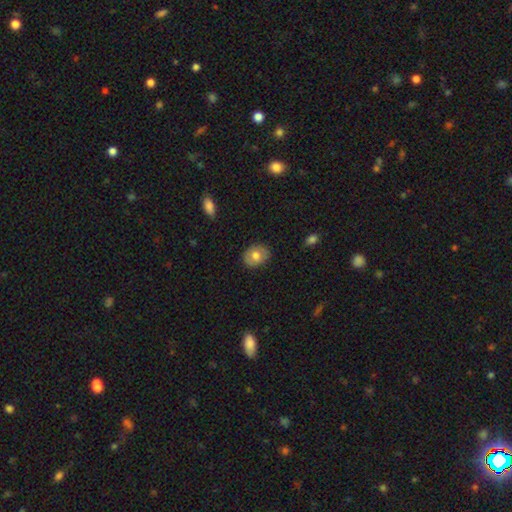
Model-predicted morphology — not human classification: Smooth or featured? smooth (72%)
How rounded? in between (52%)
Merging? none (84%)